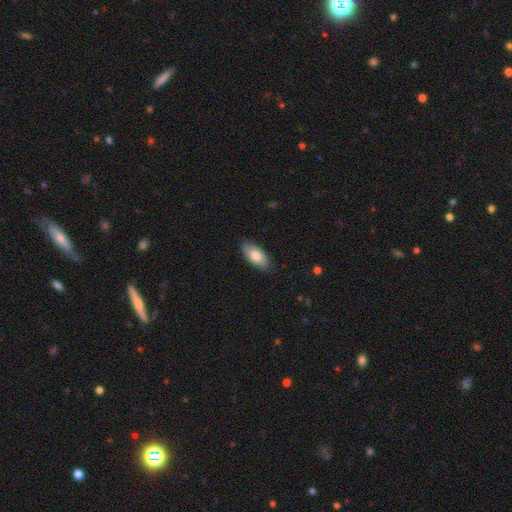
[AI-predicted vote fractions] Smooth or featured: smooth — 76% (featured or disk — 17%)
How rounded: in between — 92% (cigar-shaped — 6%)
Merging: none — 85% (minor disturbance — 12%)